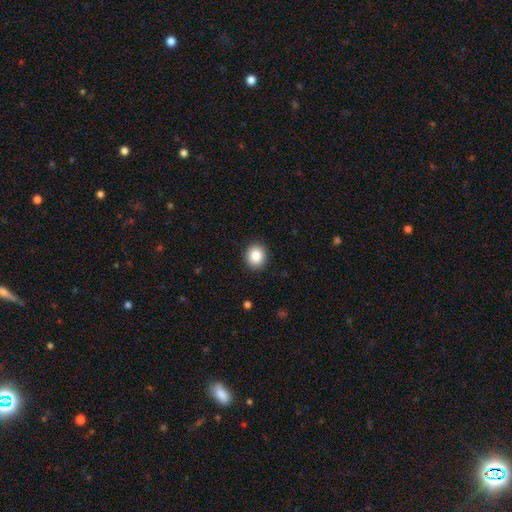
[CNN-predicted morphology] Smooth or featured? smooth (87%)
How rounded? round (80%)
Merging? none (91%)